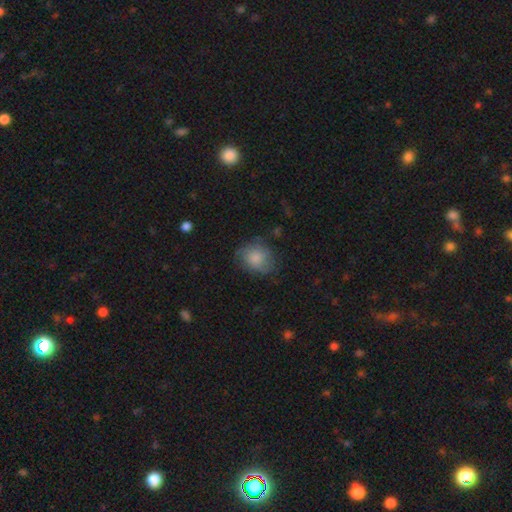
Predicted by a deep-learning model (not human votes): smooth-or-featured: smooth: 76% | featured or disk: 13% | star or artifact: 11%
  how-rounded: round: 63% | in between: 36% | cigar-shaped: 1%
  merging: none: 72% | minor disturbance: 21% | major disturbance: 6% | merger: 1%